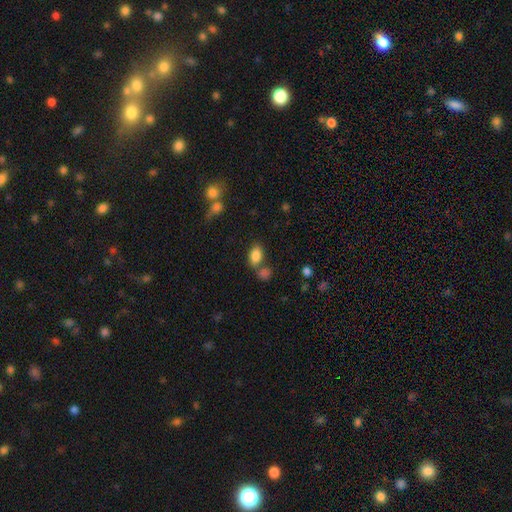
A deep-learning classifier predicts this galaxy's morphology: This is clearly a smooth galaxy (84%). How rounded: clearly in between (88%). Merging: likely none (61%).